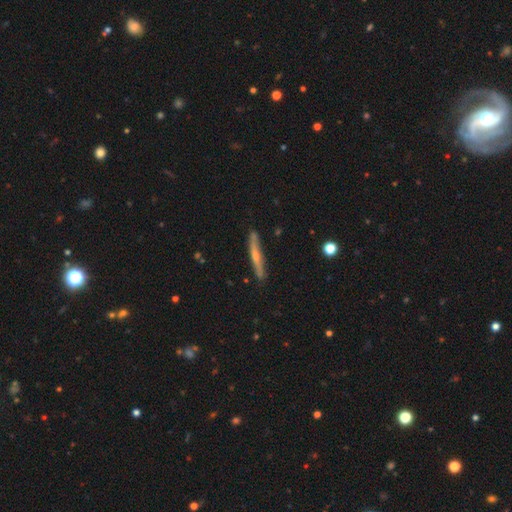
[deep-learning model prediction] This appears to be a featured or disk galaxy (55%) viewed edge-on (93%) with a rounded central bulge (63%). Merging: none (85%).